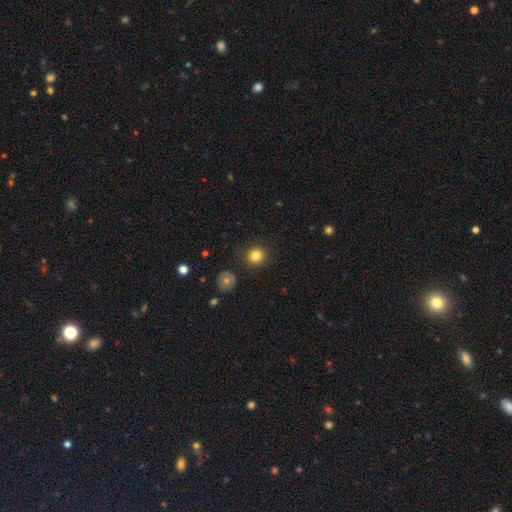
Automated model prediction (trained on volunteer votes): This is clearly a smooth galaxy (81%). How rounded: clearly round (92%). Merging: clearly none (88%).